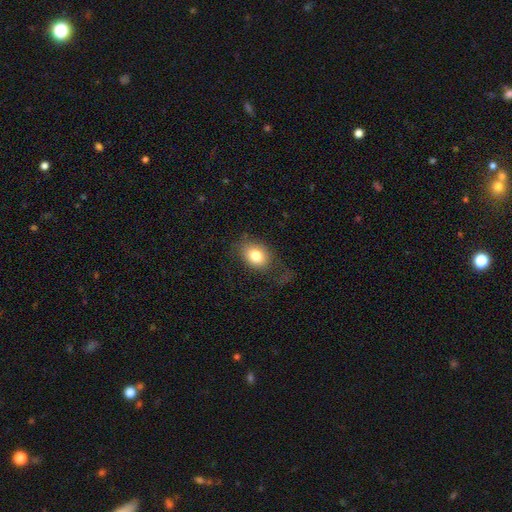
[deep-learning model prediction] Morphology: type=smooth (80%); roundness=in between (60%); merging=none (64%).